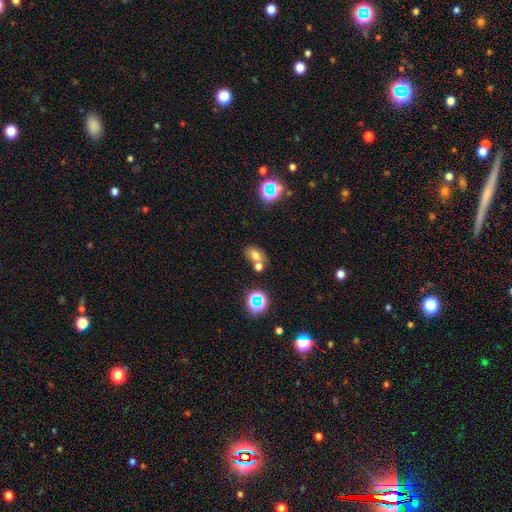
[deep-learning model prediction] The model was most divided on "merging": none: 51%, merger: 33%, minor disturbance: 11%, major disturbance: 4%. More confident: how rounded — in between (79%); smooth or featured — smooth (69%).